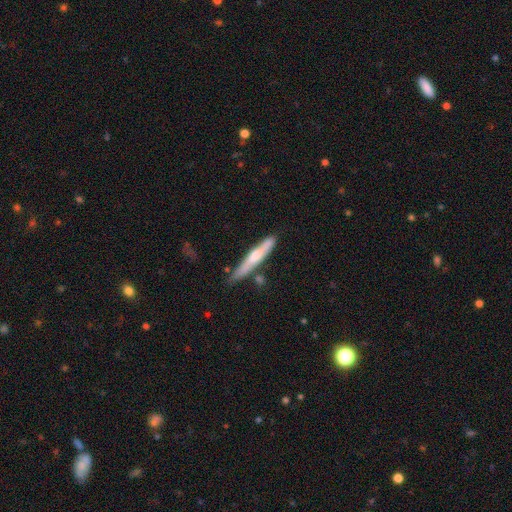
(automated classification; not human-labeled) Morphology: type=featured or disk (48%); merging=none (73%).